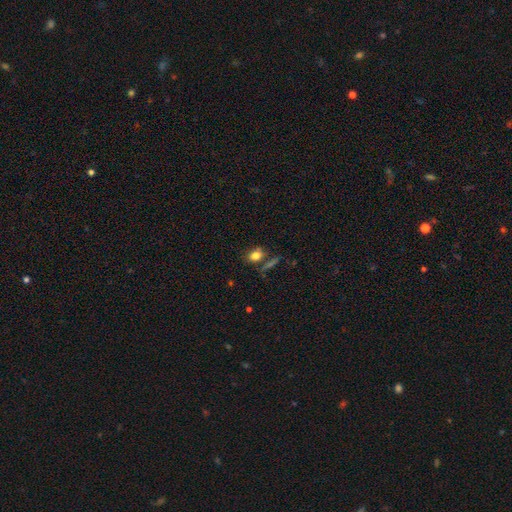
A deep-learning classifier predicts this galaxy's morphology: smooth-or-featured: smooth: 79% | star or artifact: 11% | featured or disk: 10%
  how-rounded: in between: 70% | round: 26% | cigar-shaped: 4%
  merging: none: 68% | minor disturbance: 14% | merger: 12% | major disturbance: 5%